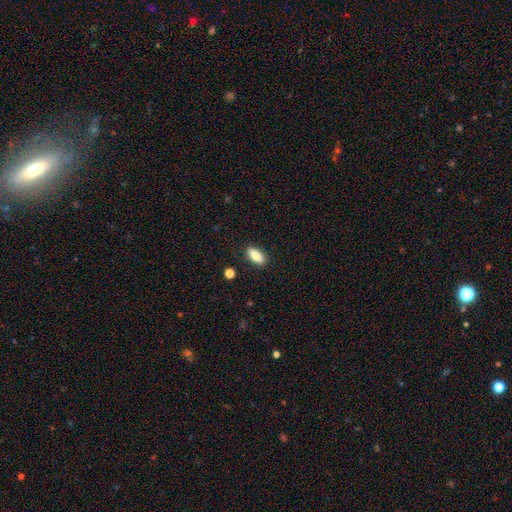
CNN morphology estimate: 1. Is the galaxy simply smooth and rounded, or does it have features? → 82% smooth, 10% featured or disk, 7% star or artifact.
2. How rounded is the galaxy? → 76% in between, 21% cigar-shaped, 3% round.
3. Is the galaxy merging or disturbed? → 87% none, 9% minor disturbance, 2% major disturbance, 2% merger.